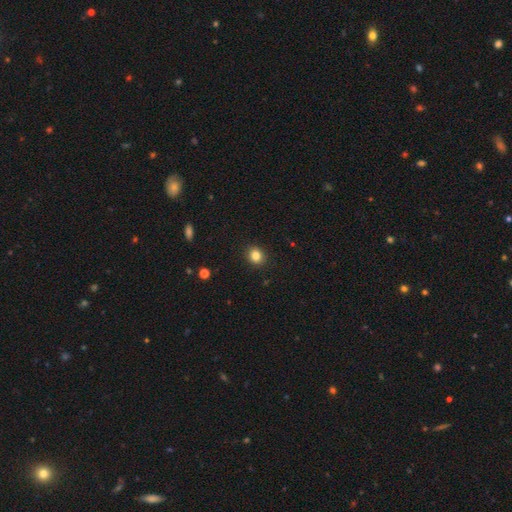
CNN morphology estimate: type=smooth (83%); roundness=round (75%); merging=none (91%).